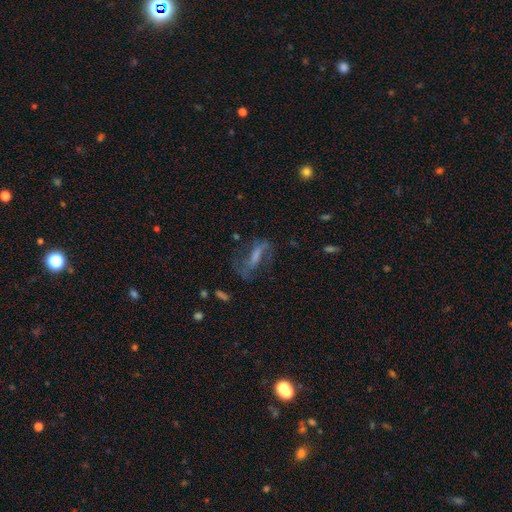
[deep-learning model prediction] Smooth or featured?
  - featured or disk: 57% *
  - smooth: 29%
  - star or artifact: 14%
Edge-on disk?
  - no: 84% *
  - yes: 16%
Merging?
  - none: 52% *
  - major disturbance: 25%
  - minor disturbance: 20%
  - merger: 3%